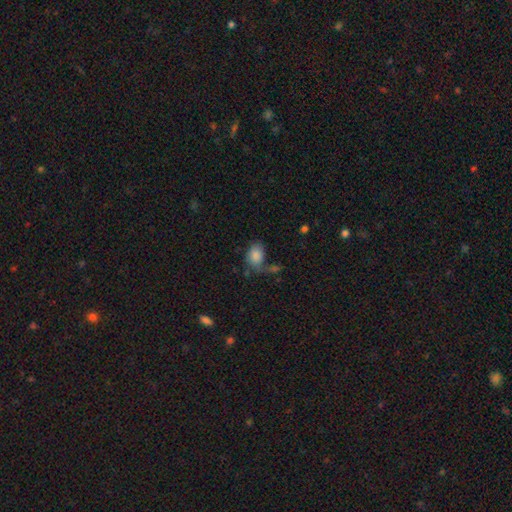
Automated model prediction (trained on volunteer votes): Overall: smooth (84%). How rounded: in between (73%). Merging: none (47%; minor disturbance 21%).